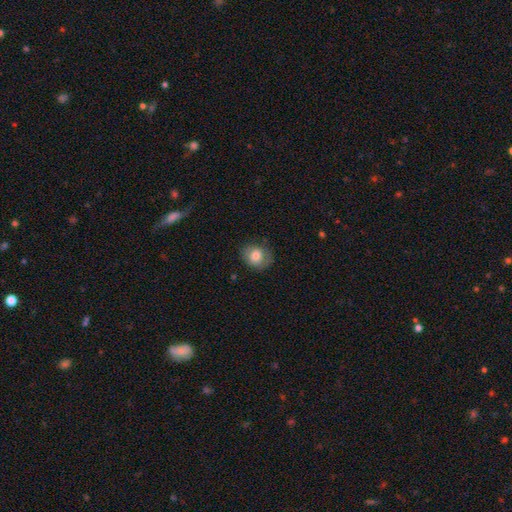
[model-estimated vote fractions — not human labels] smooth 72%, featured or disk 19%, star or artifact 8%. Down the decision tree: how rounded — round (69%); merging — none (69%).